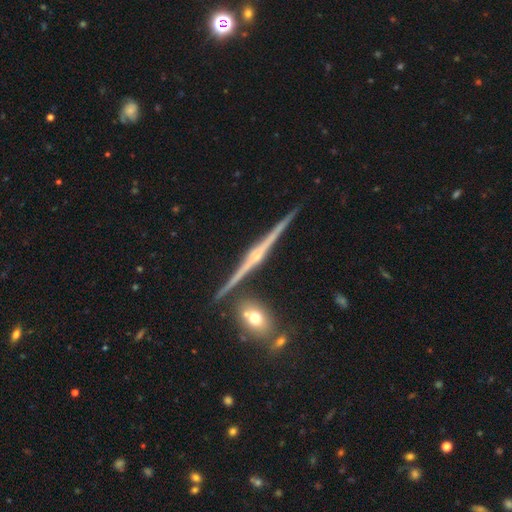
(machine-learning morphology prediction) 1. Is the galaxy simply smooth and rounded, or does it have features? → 88% featured or disk, 6% smooth, 6% star or artifact.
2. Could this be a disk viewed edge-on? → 99% yes, 1% no.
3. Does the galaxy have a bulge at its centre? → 77% rounded, 13% none, 10% boxy.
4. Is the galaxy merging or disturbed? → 88% none, 7% minor disturbance, 4% merger, 2% major disturbance.